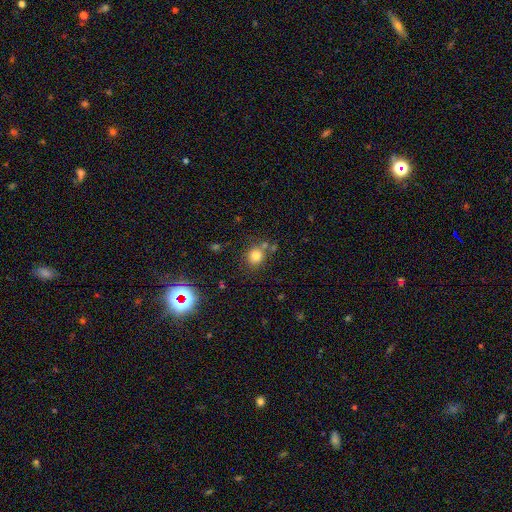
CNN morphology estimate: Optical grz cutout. It shows a smooth galaxy with no disk features (78%) that is round (83%). Merging: none (71%).